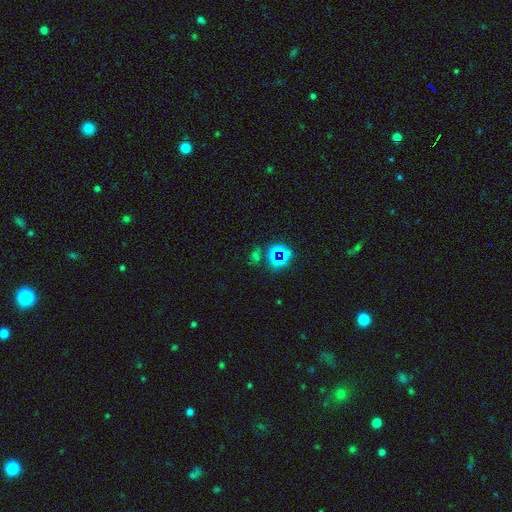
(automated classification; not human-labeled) star or artifact 55%, smooth 36%, featured or disk 9%.